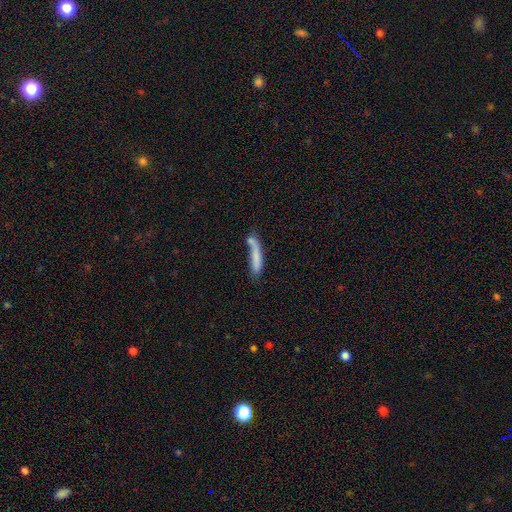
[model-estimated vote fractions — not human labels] Q: Smooth or featured?
A: smooth (71%); runner-up: featured or disk (21%)
Q: How rounded?
A: cigar-shaped (86%); runner-up: in between (12%)
Q: Merging?
A: none (43%); runner-up: merger (24%)